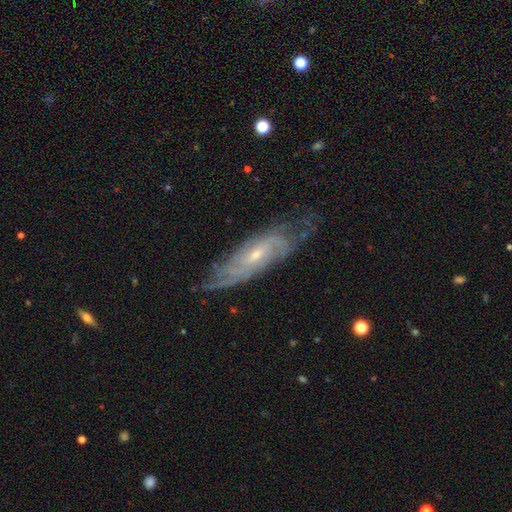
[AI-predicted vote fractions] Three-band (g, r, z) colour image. It shows a featured or disk galaxy (78%) with no bar (57%), tight (53%) spiral arms (91%) and a small central bulge (66%). Merging: none (69%).